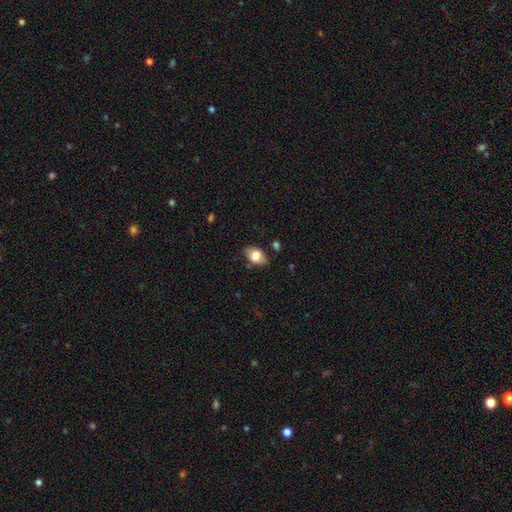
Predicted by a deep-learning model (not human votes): smooth-or-featured: smooth: 76% | featured or disk: 16% | star or artifact: 8%
  how-rounded: in between: 86% | round: 12% | cigar-shaped: 1%
  merging: none: 77% | minor disturbance: 17% | major disturbance: 3% | merger: 3%